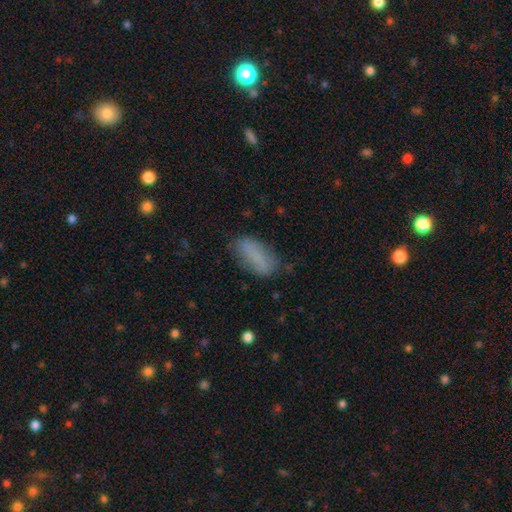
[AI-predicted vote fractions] This appears to be a smooth galaxy with no disk features (77%) that is in between round and cigar-shaped (79%). Merging: none (72%).